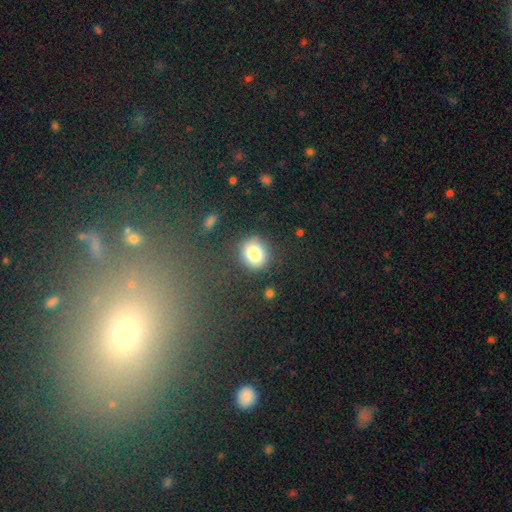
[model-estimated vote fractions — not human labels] Smooth or featured? smooth (82%)
How rounded? round (75%)
Merging? none (82%)